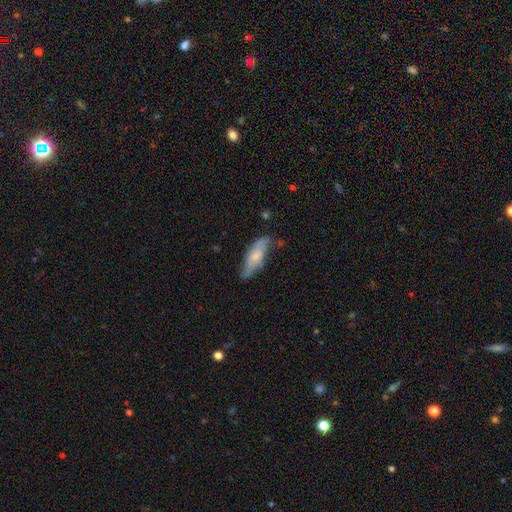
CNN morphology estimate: A smooth galaxy with no disk features (52%) that is in between round and cigar-shaped (55%).

Vote fractions:
- Smooth or featured? smooth: 52% / featured or disk: 42% / star or artifact: 7%
- How rounded? in between: 55% / cigar-shaped: 43% / round: 2%
- Merging? none: 61% / minor disturbance: 28% / major disturbance: 9% / merger: 3%